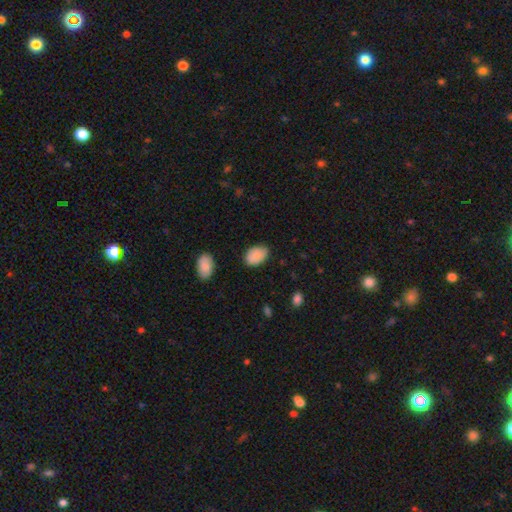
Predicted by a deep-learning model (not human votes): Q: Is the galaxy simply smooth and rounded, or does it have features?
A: smooth — 87%.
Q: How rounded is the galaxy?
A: in between — 86%.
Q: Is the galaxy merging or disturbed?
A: none — 77%.